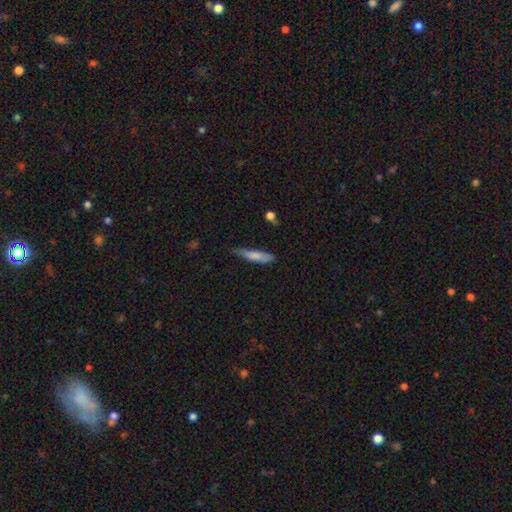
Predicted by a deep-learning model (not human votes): This is likely a smooth galaxy (75%). How rounded: likely cigar-shaped (78%). Merging: likely none (62%).